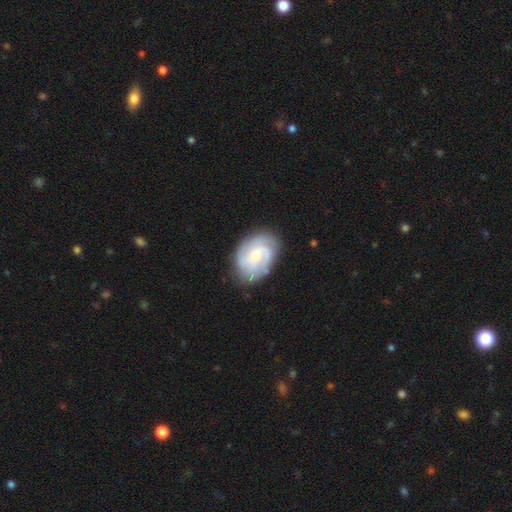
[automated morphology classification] smooth_or_featured: featured or disk (p=0.73) [alt: smooth p=0.21]
disk_edge_on: no (p=0.98) [alt: yes p=0.02]
bar: no (p=0.56) [alt: weak p=0.38]
has_spiral_arms: yes (p=0.93) [alt: no p=0.07]
spiral_winding: tight (p=0.46) [alt: medium p=0.40]
spiral_arm_count: 2 (p=0.29) [alt: can't tell p=0.28]
bulge_size: small (p=0.64) [alt: moderate p=0.28]
merging: none (p=0.75) [alt: minor disturbance p=0.17]